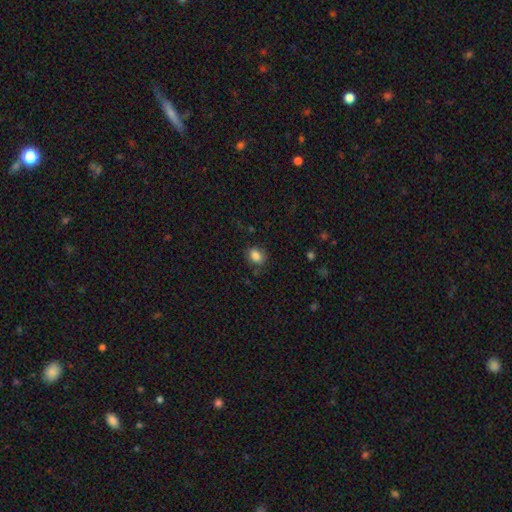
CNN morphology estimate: type=smooth (84%); roundness=in between (61%); merging=none (77%).